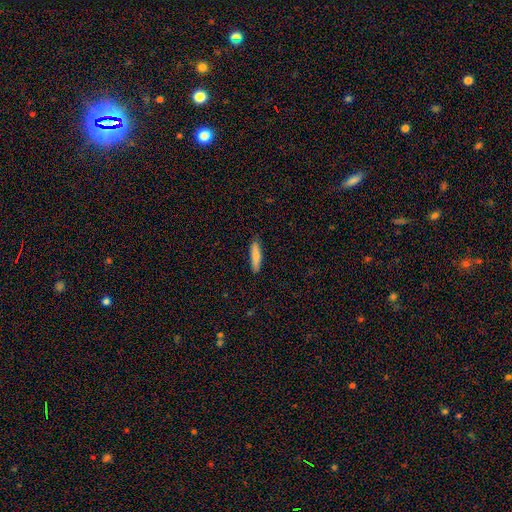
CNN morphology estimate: Smooth or featured? Predicted: smooth (p=0.83). How rounded? Predicted: cigar-shaped (p=0.81). Merging? Predicted: none (p=0.88).